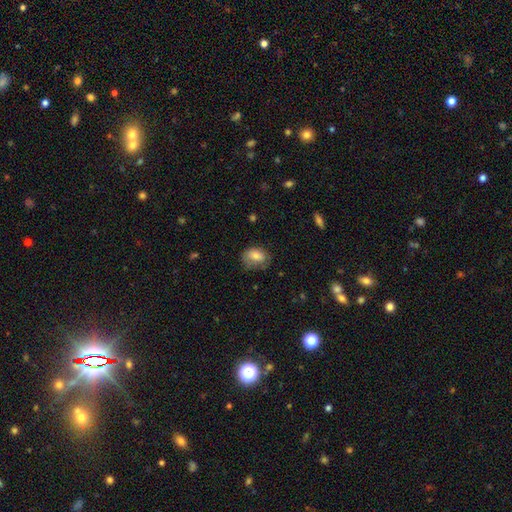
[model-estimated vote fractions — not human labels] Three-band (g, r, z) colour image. It shows a smooth galaxy with no disk features (77%) that is in between round and cigar-shaped (71%). Merging: none (59%).